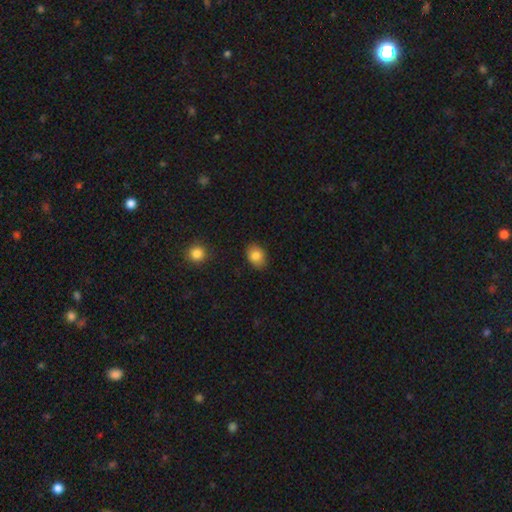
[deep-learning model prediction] A smooth galaxy with no disk features (84%) that is in between round and cigar-shaped (72%).

Vote fractions:
- Smooth or featured? smooth: 84% / star or artifact: 9% / featured or disk: 8%
- How rounded? in between: 72% / round: 27% / cigar-shaped: 1%
- Merging? none: 86% / minor disturbance: 10% / major disturbance: 2% / merger: 1%